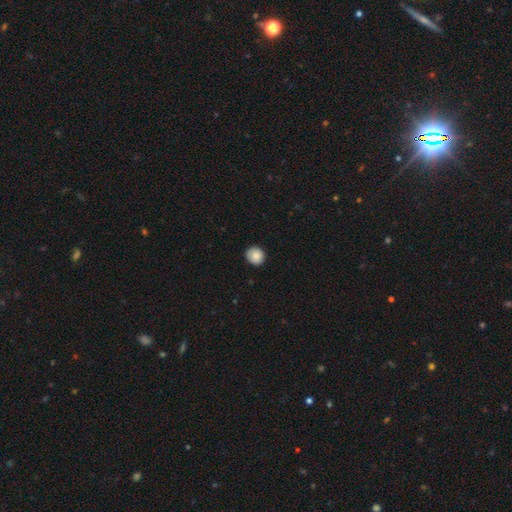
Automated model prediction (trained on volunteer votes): smooth 85%, star or artifact 8%, featured or disk 7%. Down the decision tree: how rounded — round (90%); merging — none (87%).